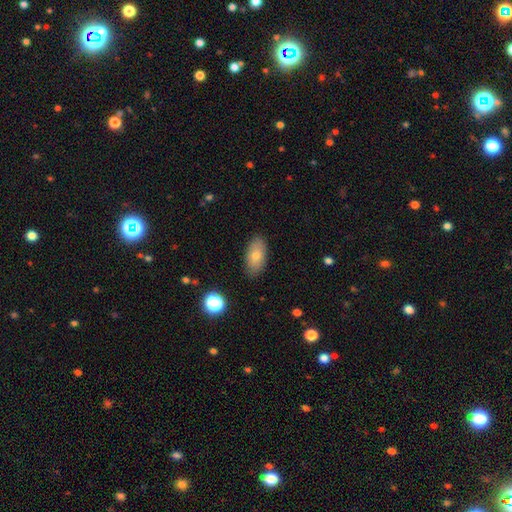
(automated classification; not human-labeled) Smooth or featured?
  - smooth: 73% *
  - featured or disk: 18%
  - star or artifact: 9%
How rounded?
  - in between: 90% *
  - cigar-shaped: 6%
  - round: 4%
Merging?
  - none: 87% *
  - minor disturbance: 10%
  - major disturbance: 2%
  - merger: 1%